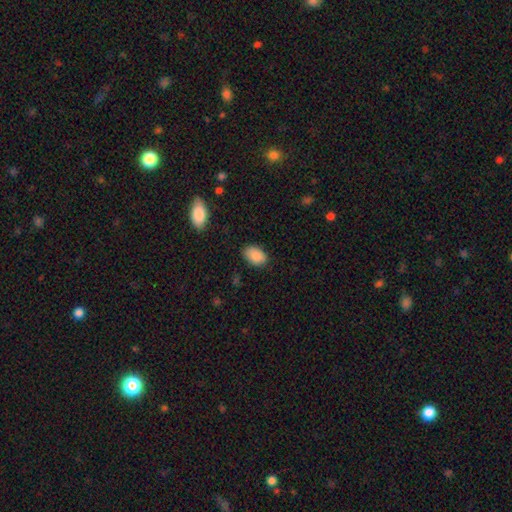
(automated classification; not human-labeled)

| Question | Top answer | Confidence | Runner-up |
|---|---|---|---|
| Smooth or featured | smooth | 89% | star or artifact (7%) |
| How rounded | in between | 89% | round (10%) |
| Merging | none | 83% | minor disturbance (13%) |